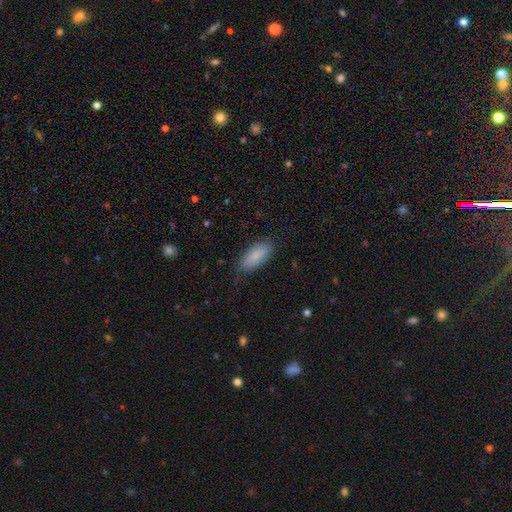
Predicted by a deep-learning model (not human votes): Smooth or featured? Predicted: smooth (p=0.83). How rounded? Predicted: in between (p=0.84). Merging? Predicted: none (p=0.77).